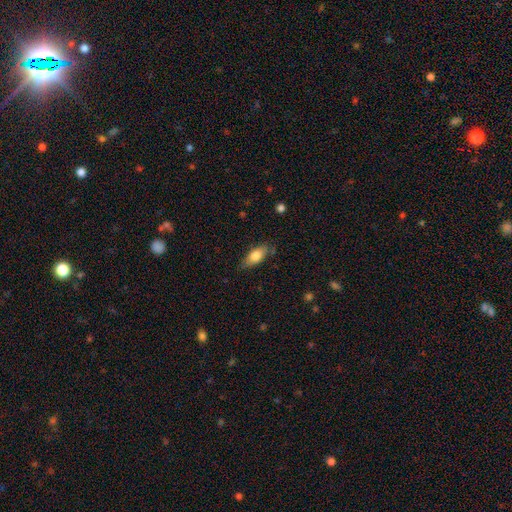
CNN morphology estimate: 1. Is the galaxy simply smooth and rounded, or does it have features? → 77% smooth, 17% featured or disk, 7% star or artifact.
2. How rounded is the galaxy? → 80% in between, 17% cigar-shaped, 3% round.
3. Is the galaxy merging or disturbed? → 78% none, 17% minor disturbance, 3% major disturbance, 2% merger.